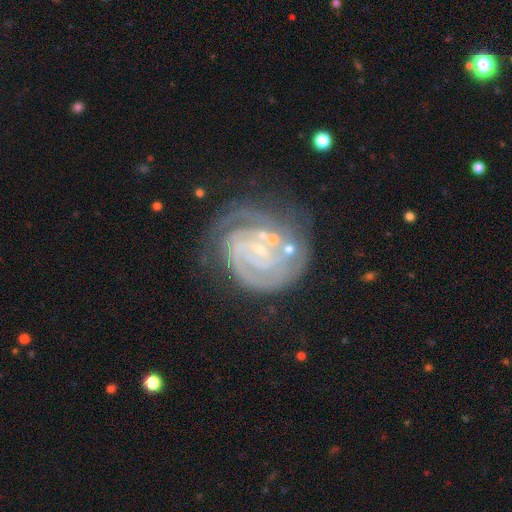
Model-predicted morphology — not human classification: A featured or disk galaxy (86%) with no bar (45%), 2 (35%) tight (77%) spiral arms (96%) and a small central bulge (75%). Merging: none (61%).